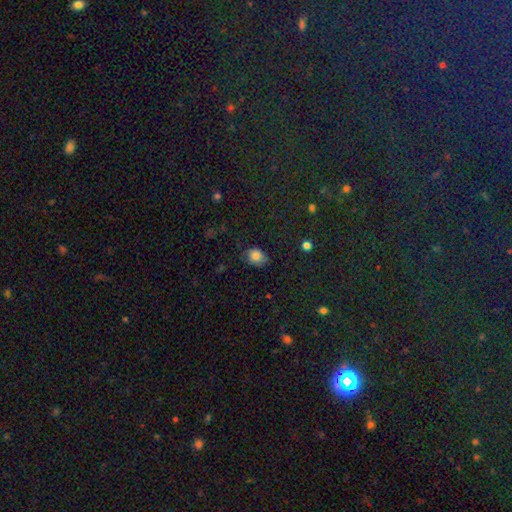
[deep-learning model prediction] Smooth or featured: smooth — 83% (star or artifact — 10%)
How rounded: in between — 54% (round — 45%)
Merging: none — 69% (minor disturbance — 24%)